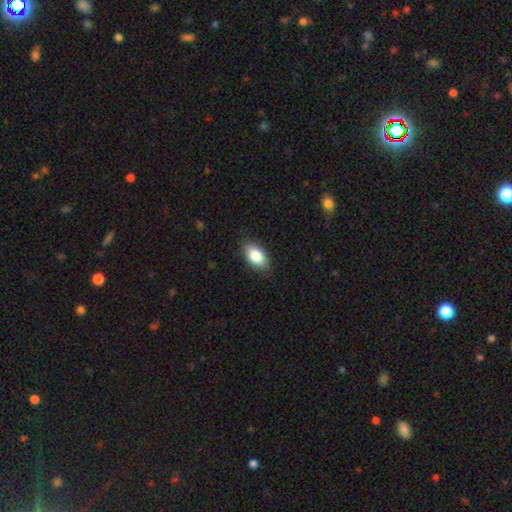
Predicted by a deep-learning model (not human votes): A smooth galaxy with no disk features (83%) that is in between round and cigar-shaped (92%).

Vote fractions:
- Smooth or featured? smooth: 83% / featured or disk: 10% / star or artifact: 7%
- How rounded? in between: 92% / round: 6% / cigar-shaped: 2%
- Merging? none: 86% / minor disturbance: 11% / major disturbance: 2% / merger: 1%